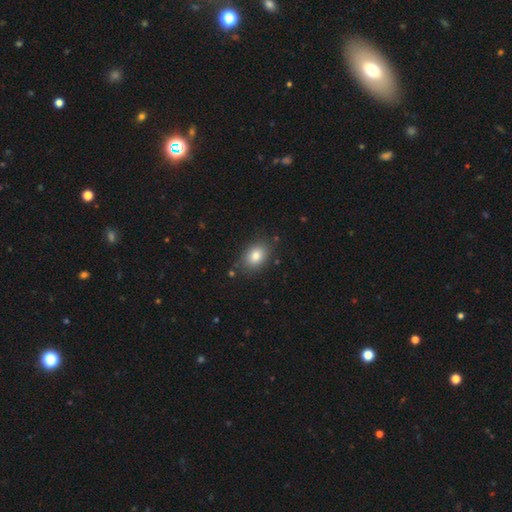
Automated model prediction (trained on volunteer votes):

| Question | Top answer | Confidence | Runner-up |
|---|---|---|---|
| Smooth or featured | smooth | 82% | featured or disk (9%) |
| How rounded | in between | 78% | round (20%) |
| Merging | none | 81% | minor disturbance (13%) |